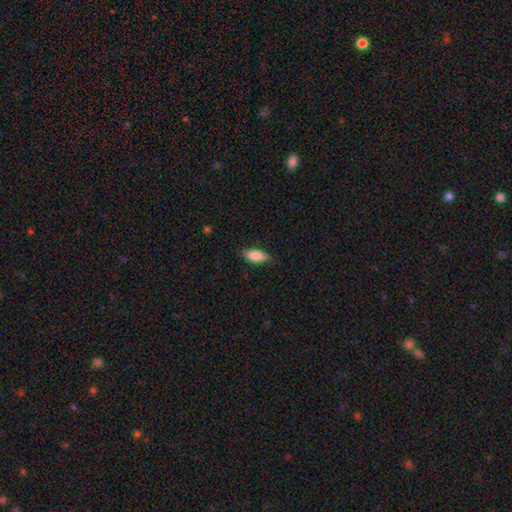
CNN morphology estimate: This is clearly a smooth galaxy (81%). How rounded: likely in between (78%). Merging: likely none (78%).